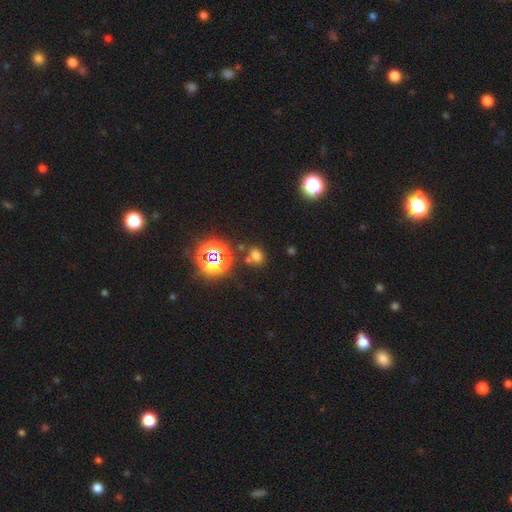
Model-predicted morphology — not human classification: smooth-or-featured: smooth: 59% | star or artifact: 33% | featured or disk: 8%
  how-rounded: round: 50% | in between: 49% | cigar-shaped: 1%
  merging: none: 69% | merger: 15% | minor disturbance: 12% | major disturbance: 5%